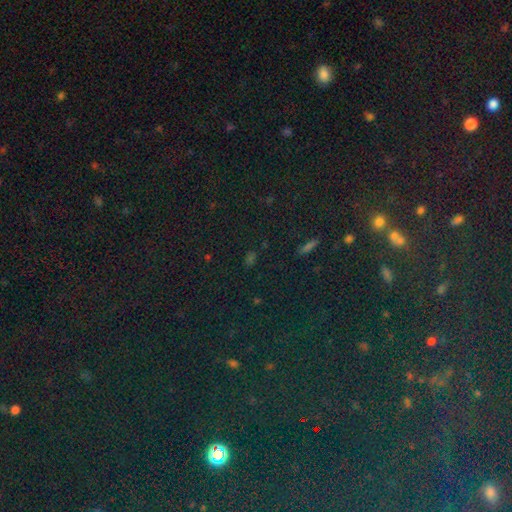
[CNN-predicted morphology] The model was most divided on "smooth or featured": star or artifact: 76%, smooth: 16%, featured or disk: 8%.